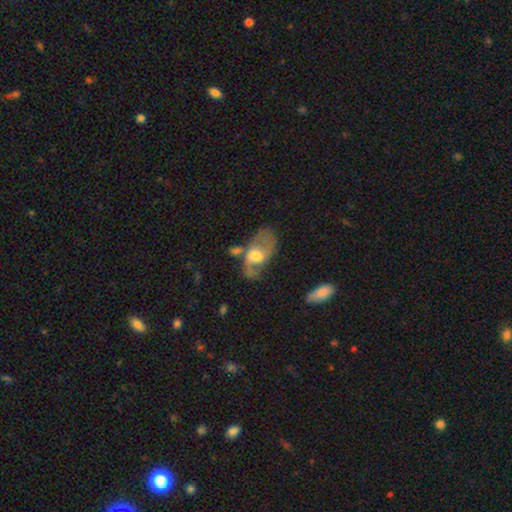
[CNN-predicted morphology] smooth_or_featured: featured or disk (p=0.59) [alt: smooth p=0.34]
disk_edge_on: no (p=0.93) [alt: yes p=0.07]
bar: no (p=0.57) [alt: weak p=0.35]
has_spiral_arms: yes (p=0.69) [alt: no p=0.31]
bulge_size: moderate (p=0.60) [alt: large p=0.18]
merging: none (p=0.37) [alt: major disturbance p=0.25]